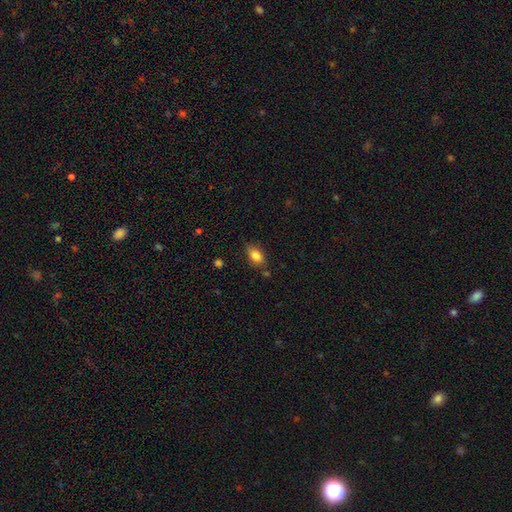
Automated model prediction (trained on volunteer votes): The model was most divided on "merging": none: 76%, minor disturbance: 17%, major disturbance: 4%, merger: 3%. More confident: how rounded — in between (87%); smooth or featured — smooth (85%).